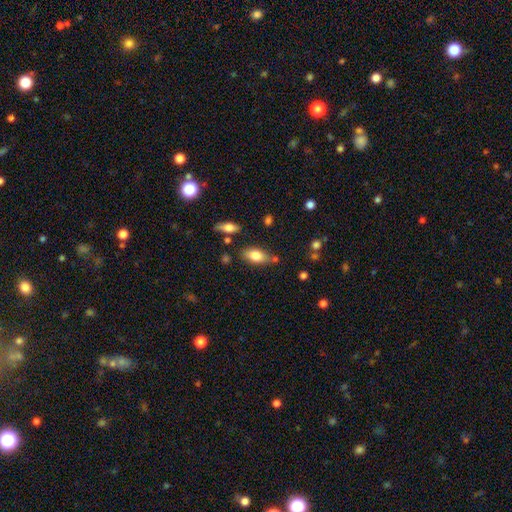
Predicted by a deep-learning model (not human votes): Overall: smooth (80%). How rounded: in between (88%). Merging: none (72%).